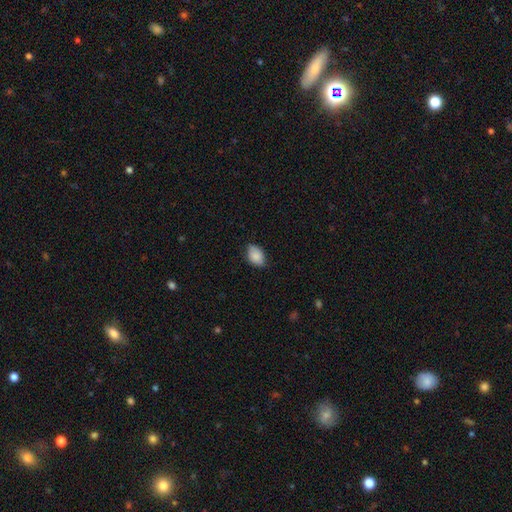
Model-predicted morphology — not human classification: type=smooth (87%); roundness=in between (80%); merging=none (74%).